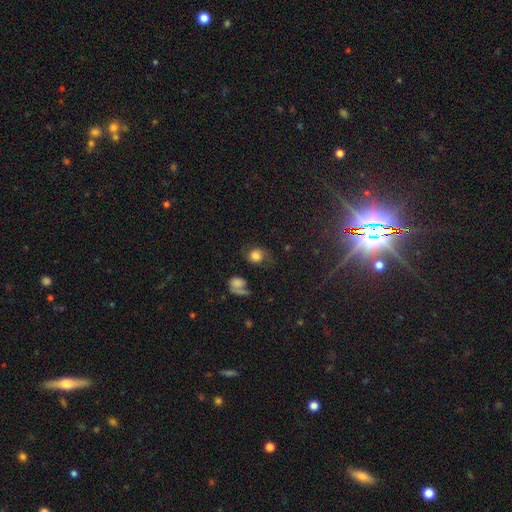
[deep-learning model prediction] smooth-or-featured: smooth: 61% | featured or disk: 27% | star or artifact: 13%
  how-rounded: round: 66% | in between: 33% | cigar-shaped: 1%
  merging: none: 47% | minor disturbance: 24% | major disturbance: 22% | merger: 7%